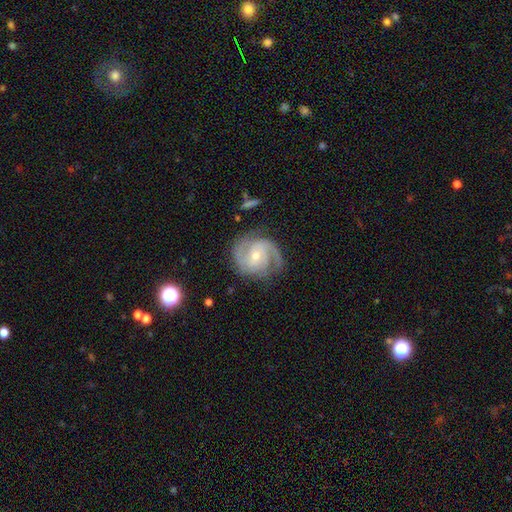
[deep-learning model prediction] smooth-or-featured: featured or disk: 89% | smooth: 6% | star or artifact: 5%
  disk-edge-on: no: 98% | yes: 2%
    bar: no: 54% | weak: 35% | strong: 10%
    has-spiral-arms: yes: 98% | no: 2%
      spiral-winding: tight: 50% | medium: 41% | loose: 8%
      spiral-arm-count: 2: 60% | 3: 20% | can't tell: 9% | 1: 4% | 4: 4% | more than 4: 3%
    bulge-size: small: 58% | moderate: 39% | large: 1% | none: 1% | dominant: 1%
  merging: none: 75% | minor disturbance: 17% | major disturbance: 7% | merger: 2%